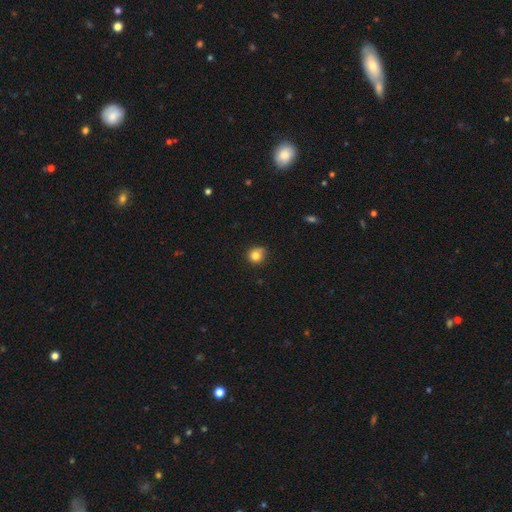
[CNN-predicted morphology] Q: Smooth or featured?
A: smooth (81%); runner-up: star or artifact (11%)
Q: How rounded?
A: round (85%); runner-up: in between (14%)
Q: Merging?
A: none (66%); runner-up: minor disturbance (26%)